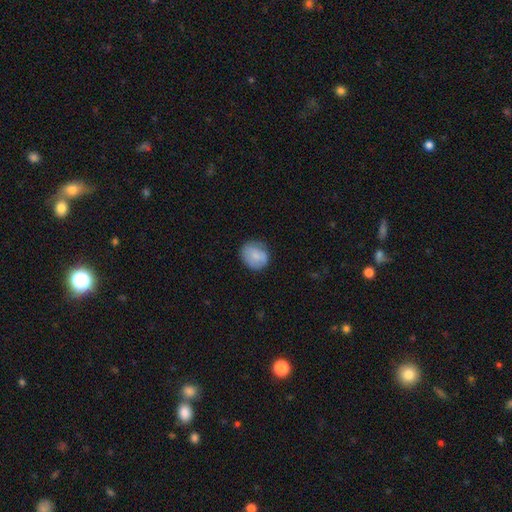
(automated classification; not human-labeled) Smooth or featured? Predicted: smooth (p=0.81). How rounded? Predicted: round (p=0.70). Merging? Predicted: none (p=0.71).